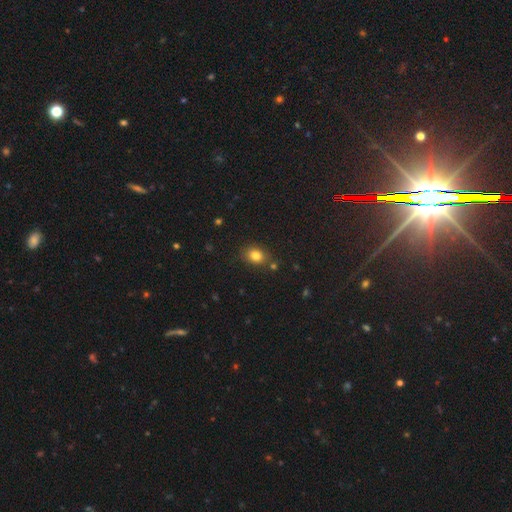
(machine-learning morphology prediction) This is clearly a smooth galaxy (82%). How rounded: possibly in between (53%). Merging: likely none (78%).